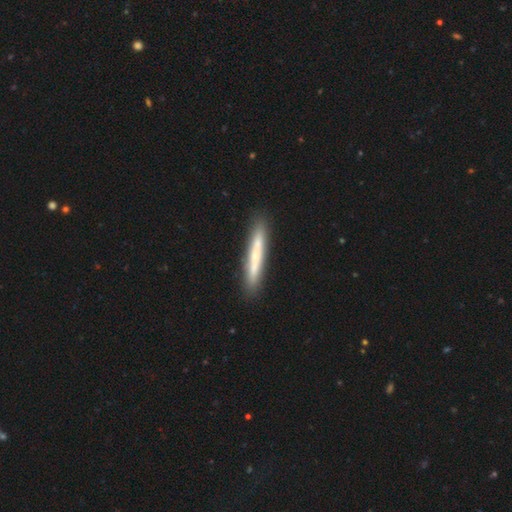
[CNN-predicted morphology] The model was most divided on "smooth or featured": smooth: 54%, featured or disk: 39%, star or artifact: 6%. More confident: how rounded — cigar-shaped (96%); merging — none (88%).